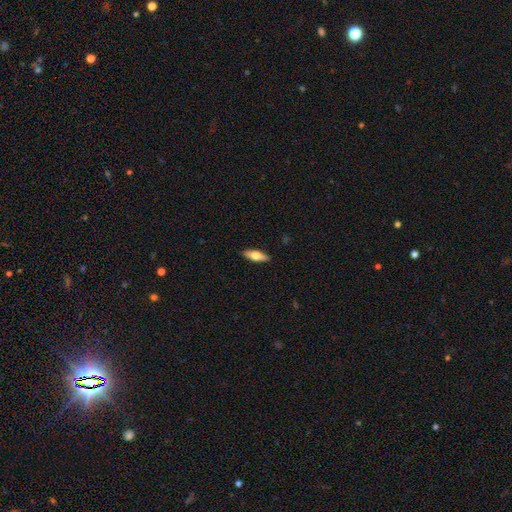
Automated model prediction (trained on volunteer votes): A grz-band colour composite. It shows a smooth galaxy with no disk features (62%) that is in between round and cigar-shaped (55%). Merging: none (90%).